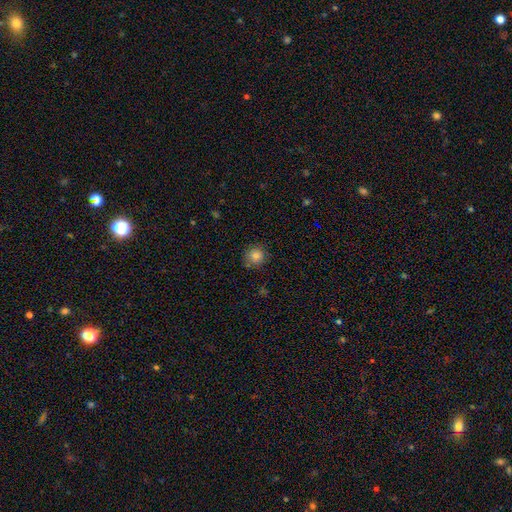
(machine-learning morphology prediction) Smooth or featured? smooth (82%)
How rounded? round (92%)
Merging? none (83%)